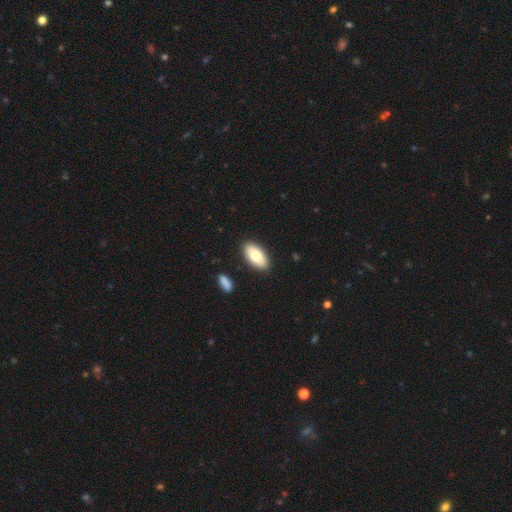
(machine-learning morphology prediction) smooth 77%, featured or disk 17%, star or artifact 6%. Down the decision tree: how rounded — in between (93%); merging — none (88%).